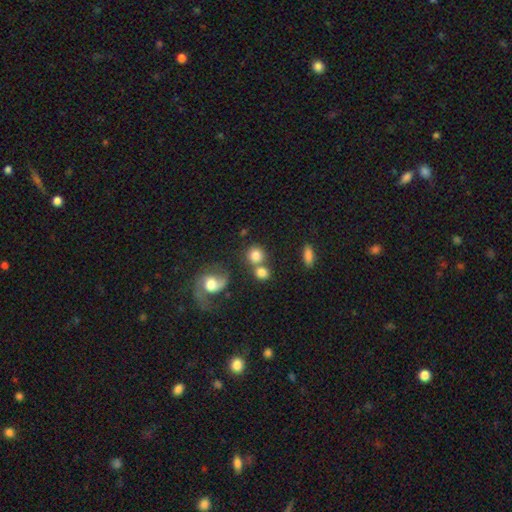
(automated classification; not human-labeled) Smooth or featured: smooth — 77% (featured or disk — 13%)
How rounded: round — 84% (in between — 15%)
Merging: none — 51% (merger — 33%)